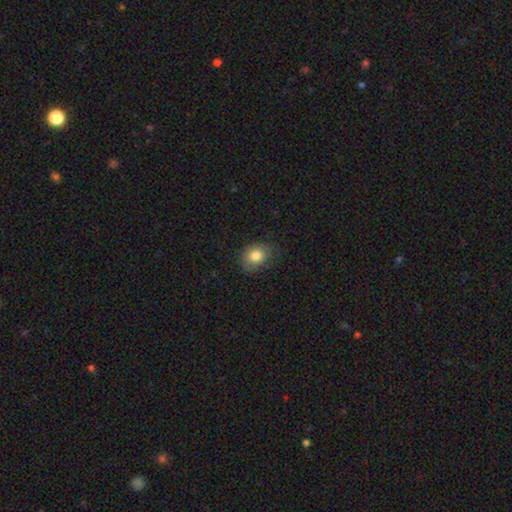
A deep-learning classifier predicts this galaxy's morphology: This appears to be a smooth galaxy with no disk features (82%) that is round (50%). Merging: none (75%).